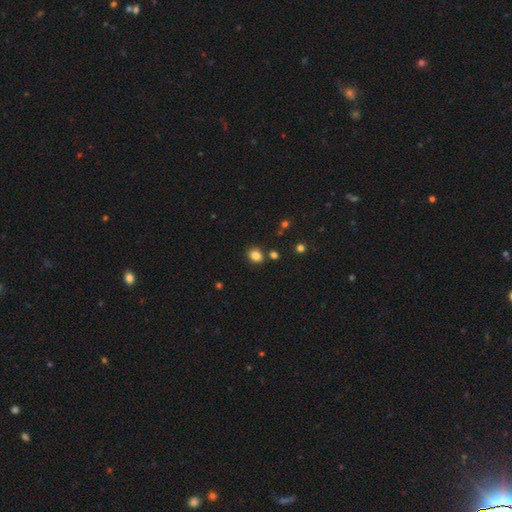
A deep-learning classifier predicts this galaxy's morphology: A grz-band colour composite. It shows a smooth galaxy with no disk features (84%) that is round (51%). Merging: none (81%).